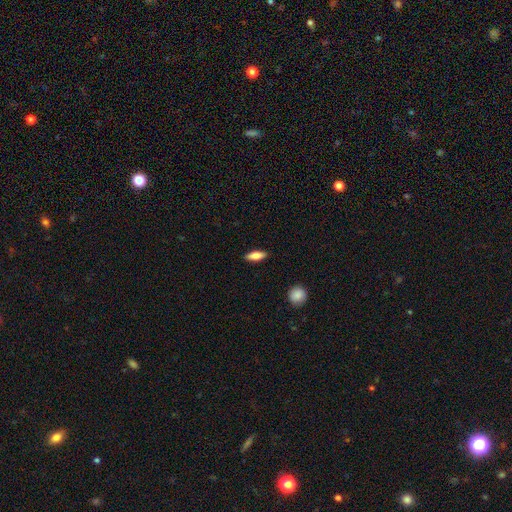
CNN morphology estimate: Smooth or featured? Predicted: smooth (p=0.79). How rounded? Predicted: in between (p=0.64). Merging? Predicted: none (p=0.89).